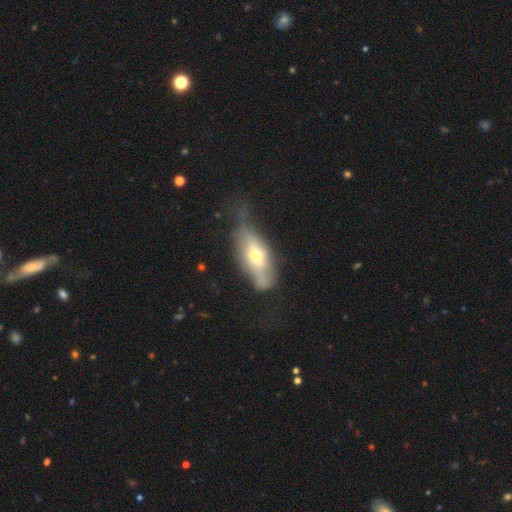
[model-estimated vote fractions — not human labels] A smooth galaxy with no disk features (47%). Merging: none (42%).